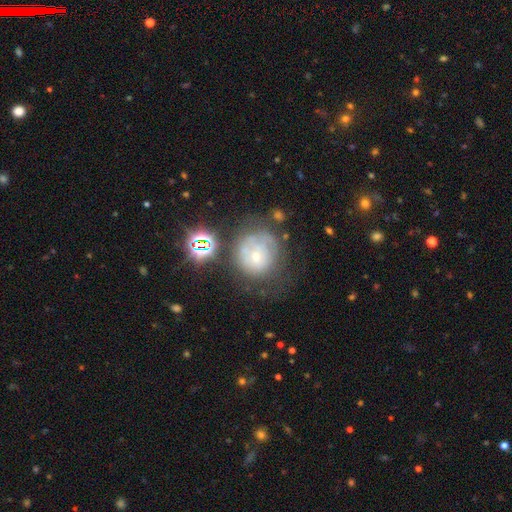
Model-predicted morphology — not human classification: Smooth or featured? featured or disk (44%)
Merging? none (43%)